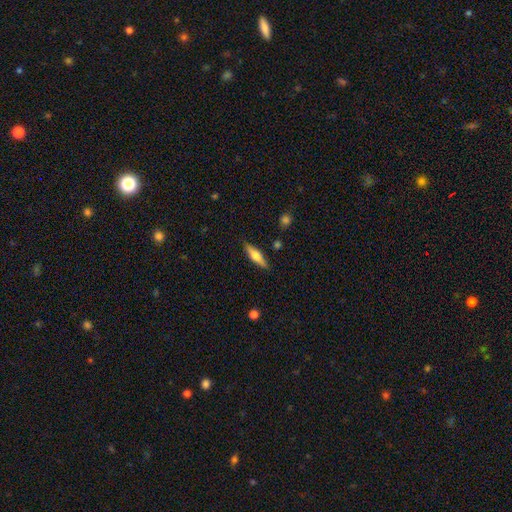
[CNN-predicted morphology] This is possibly a smooth galaxy (56%). How rounded: likely cigar-shaped (64%). Merging: clearly none (87%).